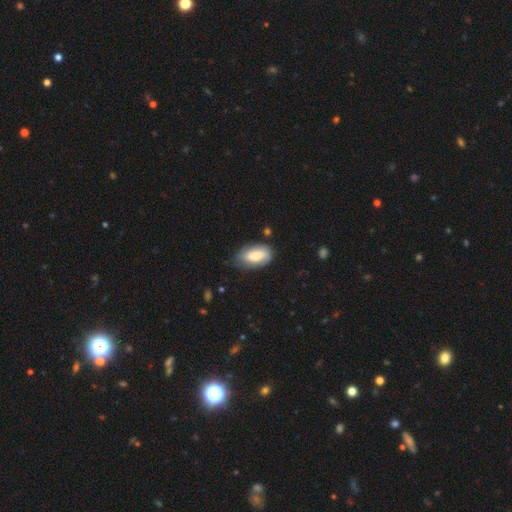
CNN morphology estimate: Smooth or featured? smooth (67%)
How rounded? in between (92%)
Merging? none (65%)